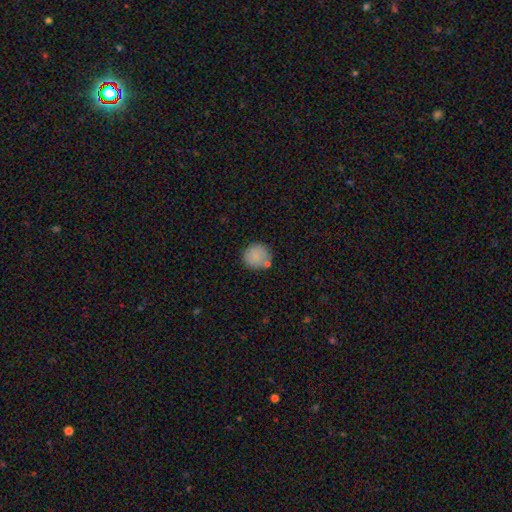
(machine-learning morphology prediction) Smooth or featured?
  - smooth: 84% *
  - featured or disk: 8%
  - star or artifact: 8%
How rounded?
  - round: 92% *
  - in between: 7%
  - cigar-shaped: 1%
Merging?
  - none: 74% *
  - minor disturbance: 13%
  - merger: 10%
  - major disturbance: 4%